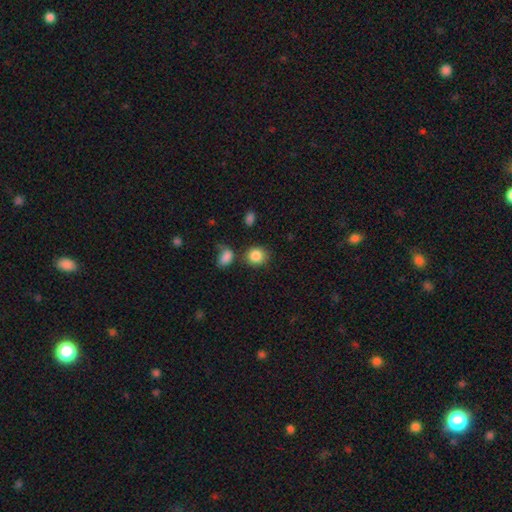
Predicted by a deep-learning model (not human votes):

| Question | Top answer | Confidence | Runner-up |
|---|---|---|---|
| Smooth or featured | smooth | 86% | star or artifact (9%) |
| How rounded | round | 79% | in between (20%) |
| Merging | none | 76% | minor disturbance (11%) |